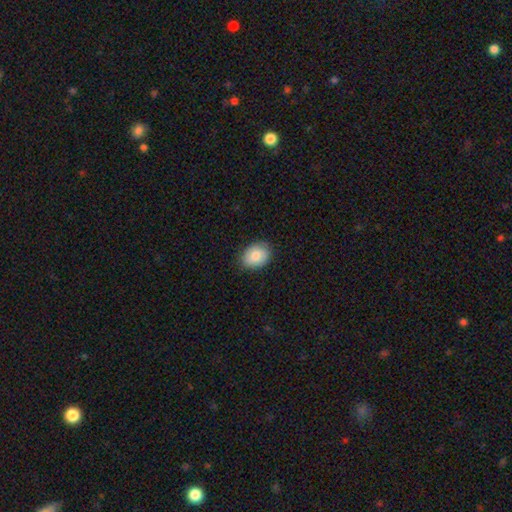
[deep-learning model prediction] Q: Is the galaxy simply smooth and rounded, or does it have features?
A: smooth — 80%.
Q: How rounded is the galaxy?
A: in between — 68%.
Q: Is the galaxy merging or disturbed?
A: none — 81%.